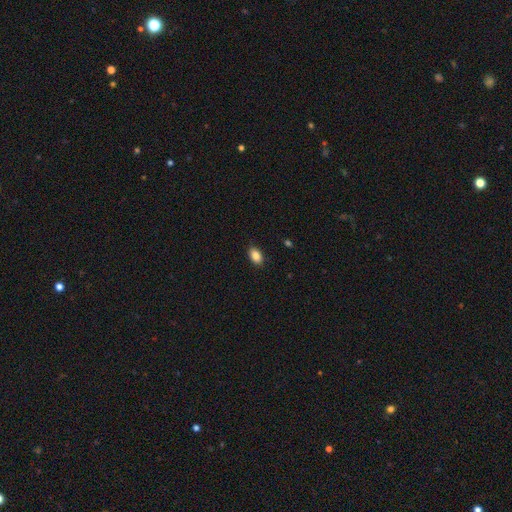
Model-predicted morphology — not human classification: Smooth or featured: smooth — 87% (star or artifact — 8%)
How rounded: in between — 89% (round — 9%)
Merging: none — 89% (minor disturbance — 8%)